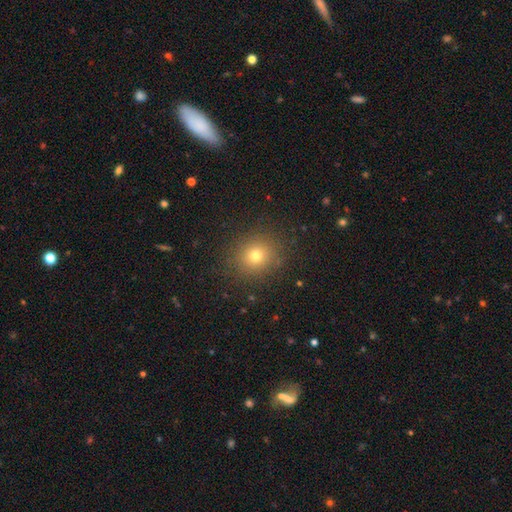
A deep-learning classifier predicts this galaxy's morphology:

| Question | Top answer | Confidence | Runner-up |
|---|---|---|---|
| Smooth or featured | smooth | 74% | star or artifact (17%) |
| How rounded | round | 82% | in between (17%) |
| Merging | none | 88% | minor disturbance (8%) |